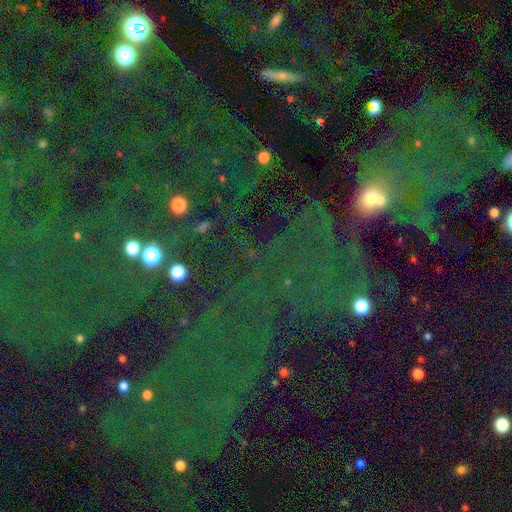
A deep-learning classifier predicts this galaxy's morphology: Overall: star or artifact (72%).